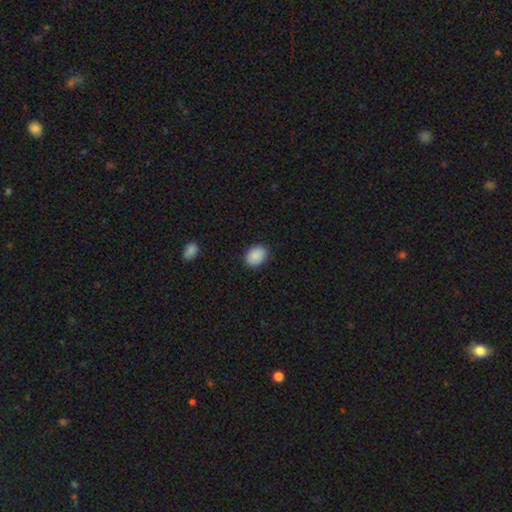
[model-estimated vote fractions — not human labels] The model was most divided on "how rounded": in between: 70%, round: 29%, cigar-shaped: 1%. More confident: smooth or featured — smooth (90%); merging — none (87%).